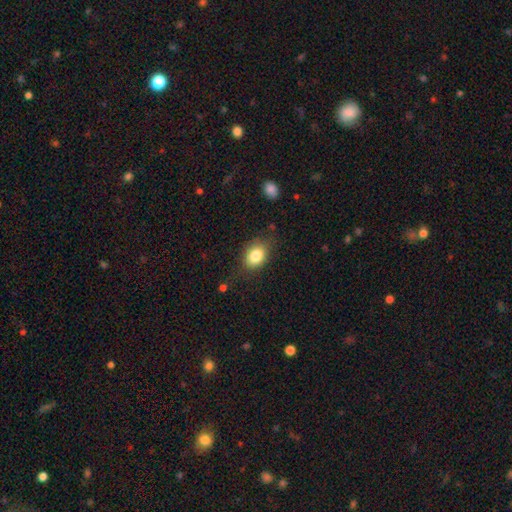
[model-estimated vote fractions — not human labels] Overall: smooth (82%). How rounded: in between (67%; round 32%). Merging: none (74%).